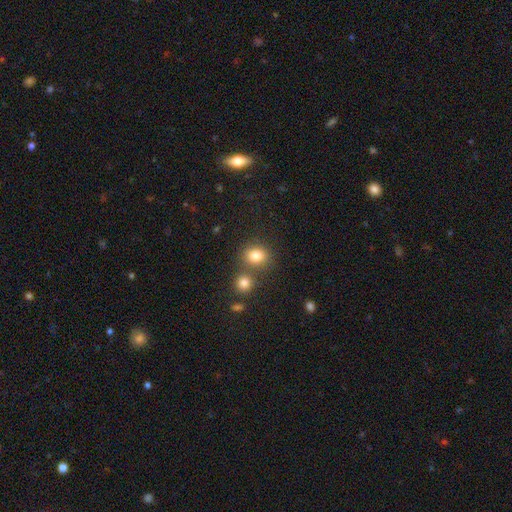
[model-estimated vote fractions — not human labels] smooth-or-featured: smooth: 81% | star or artifact: 12% | featured or disk: 7%
  how-rounded: round: 58% | in between: 41% | cigar-shaped: 1%
  merging: none: 64% | merger: 22% | minor disturbance: 11% | major disturbance: 4%